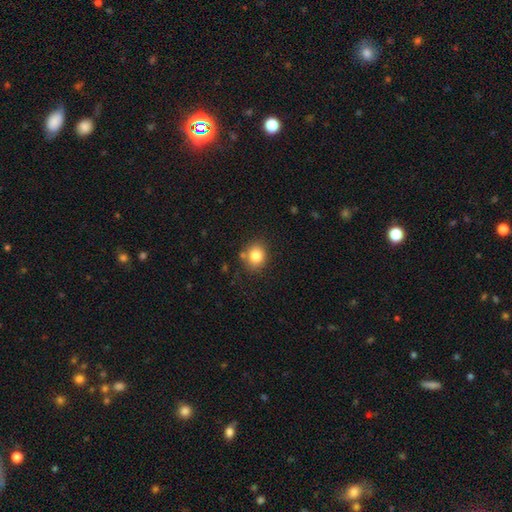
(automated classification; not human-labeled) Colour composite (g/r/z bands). It shows a smooth galaxy with no disk features (82%) that is round (70%). Merging: none (79%).